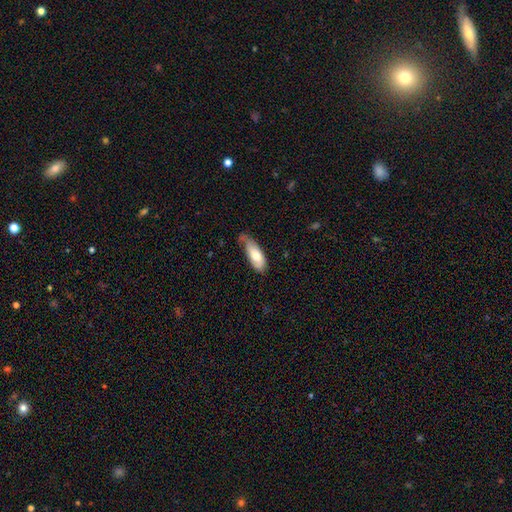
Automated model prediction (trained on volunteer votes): smooth-or-featured: smooth: 71% | featured or disk: 24% | star or artifact: 6%
  how-rounded: in between: 78% | cigar-shaped: 20% | round: 2%
  merging: minor disturbance: 41% | none: 39% | major disturbance: 16% | merger: 4%